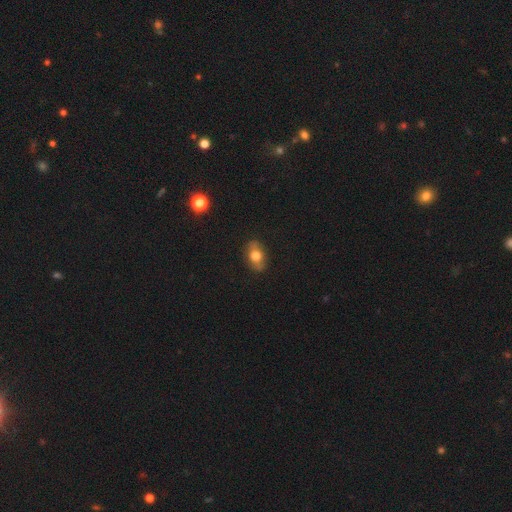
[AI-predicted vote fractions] Smooth or featured?
  - smooth: 62% *
  - featured or disk: 29%
  - star or artifact: 9%
How rounded?
  - in between: 78% *
  - round: 19%
  - cigar-shaped: 3%
Merging?
  - none: 82% *
  - minor disturbance: 14%
  - major disturbance: 3%
  - merger: 1%